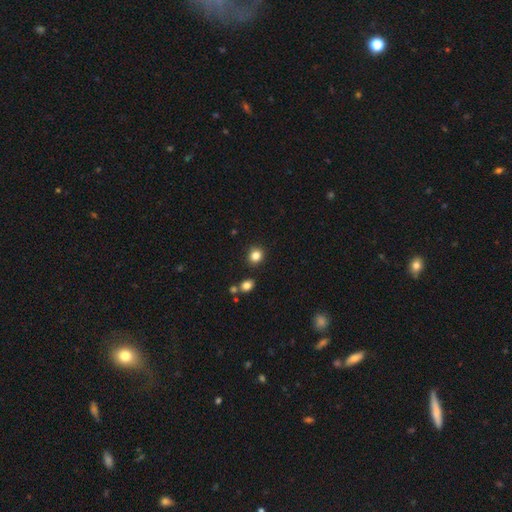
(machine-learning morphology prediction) Smooth or featured?
  - smooth: 84% *
  - star or artifact: 11%
  - featured or disk: 4%
How rounded?
  - round: 81% *
  - in between: 18%
  - cigar-shaped: 1%
Merging?
  - none: 87% *
  - minor disturbance: 8%
  - merger: 3%
  - major disturbance: 2%